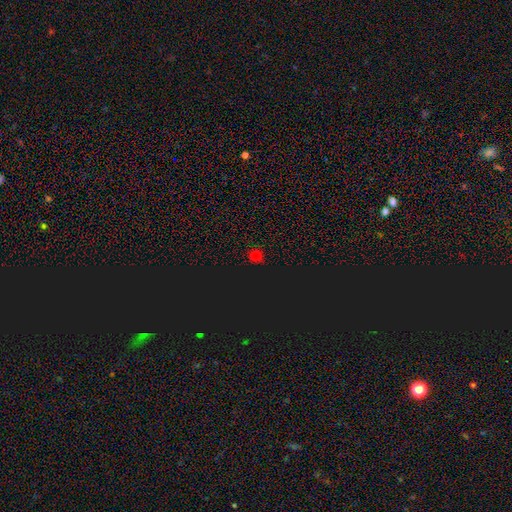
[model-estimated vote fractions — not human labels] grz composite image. It shows a smooth galaxy with no disk features (66%) that is round (93%). Merging: none (91%).